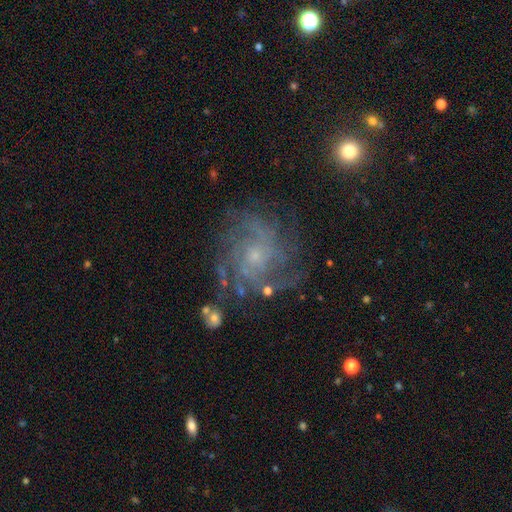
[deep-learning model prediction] Morphology: type=featured or disk (83%); edge-on=no (98%); bar=no (75%); spiral arms=yes (94%); winding=tight (51%); arm count=can't tell (30%); bulge=small (69%); merging=none (71%).